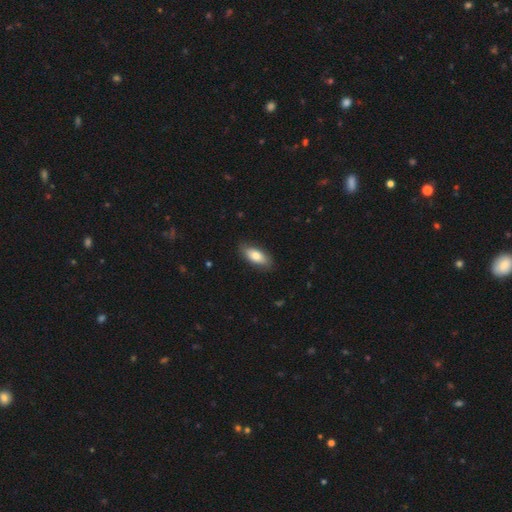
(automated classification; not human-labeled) smooth-or-featured: smooth: 78% | featured or disk: 16% | star or artifact: 6%
  how-rounded: in between: 82% | cigar-shaped: 15% | round: 3%
  merging: none: 85% | minor disturbance: 12% | major disturbance: 2% | merger: 1%